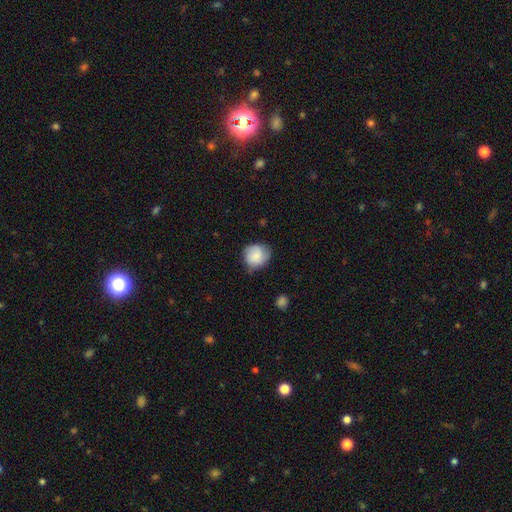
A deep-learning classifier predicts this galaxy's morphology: A smooth galaxy with no disk features (74%) that is round (81%).

Vote fractions:
- Smooth or featured? smooth: 74% / featured or disk: 19% / star or artifact: 7%
- How rounded? round: 81% / in between: 18% / cigar-shaped: 1%
- Merging? none: 64% / minor disturbance: 28% / major disturbance: 7% / merger: 2%